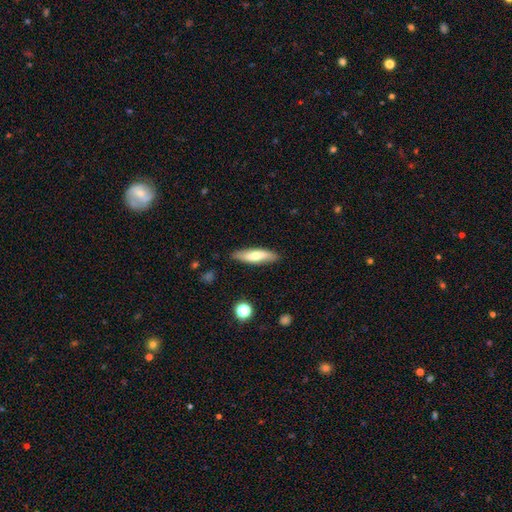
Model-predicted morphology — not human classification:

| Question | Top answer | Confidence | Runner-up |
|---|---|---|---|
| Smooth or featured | smooth | 61% | featured or disk (33%) |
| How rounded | cigar-shaped | 61% | in between (37%) |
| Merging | none | 85% | minor disturbance (12%) |